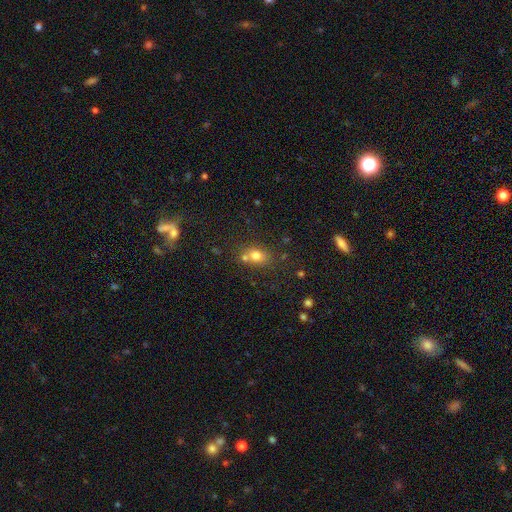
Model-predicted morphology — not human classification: Smooth or featured? smooth (74%)
How rounded? in between (57%)
Merging? none (59%)